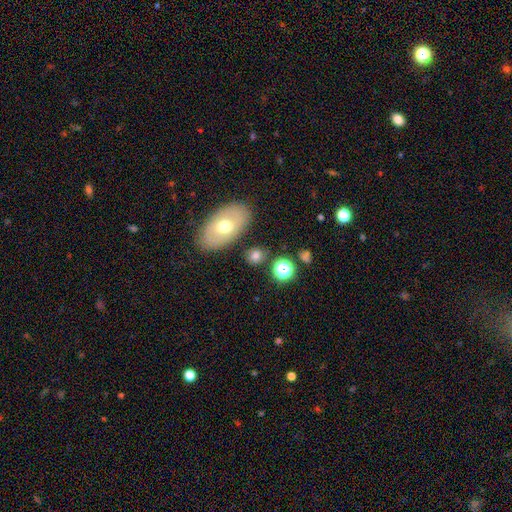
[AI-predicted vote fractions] smooth-or-featured: smooth: 70% | featured or disk: 16% | star or artifact: 13%
  how-rounded: round: 50% | in between: 48% | cigar-shaped: 2%
  merging: none: 80% | minor disturbance: 10% | merger: 6% | major disturbance: 4%